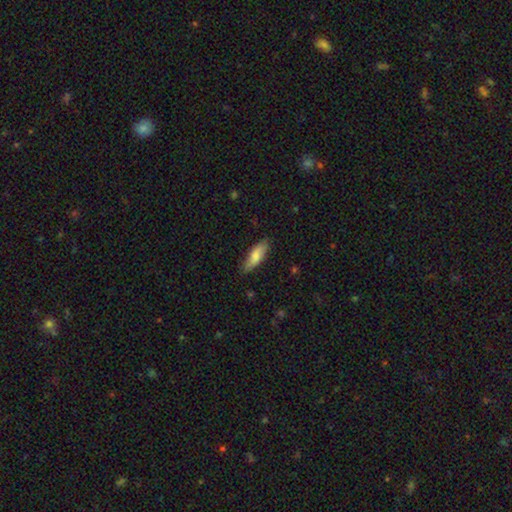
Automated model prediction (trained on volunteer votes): Smooth or featured? Predicted: smooth (p=0.77). How rounded? Predicted: in between (p=0.58). Merging? Predicted: none (p=0.81).